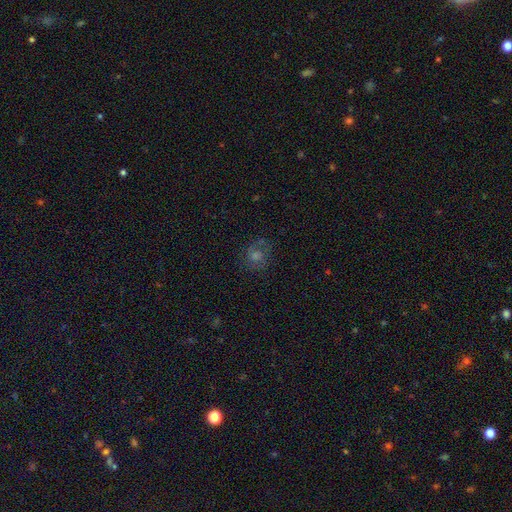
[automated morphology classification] The model was most divided on "smooth or featured": featured or disk: 44%, smooth: 33%, star or artifact: 23%. More confident: merging — none (75%).